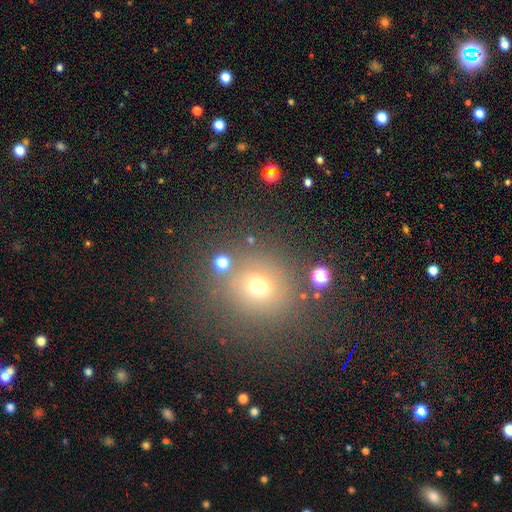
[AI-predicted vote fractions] A smooth galaxy with no disk features (53%) that is round (86%). Merging: none (80%).